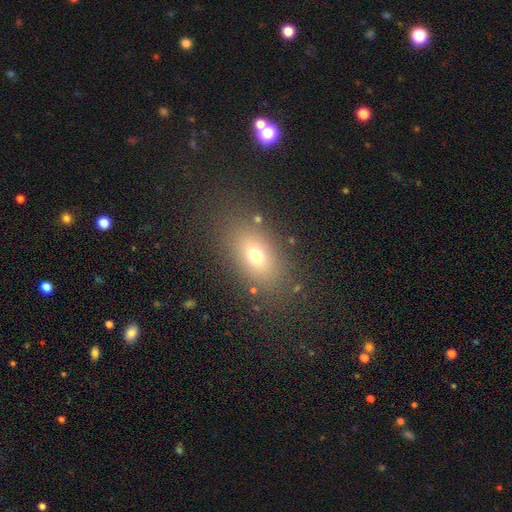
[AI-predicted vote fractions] Smooth or featured? smooth (69%)
How rounded? in between (81%)
Merging? none (82%)